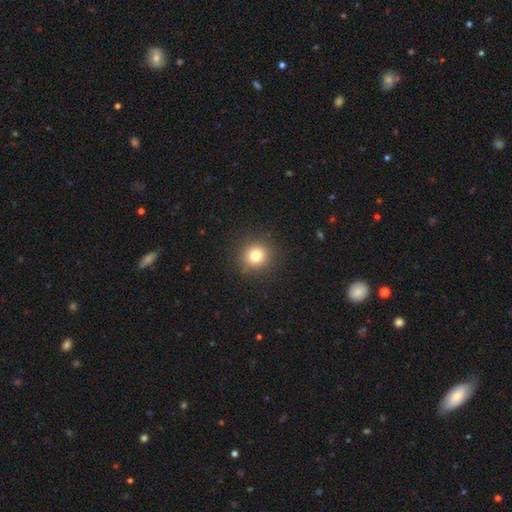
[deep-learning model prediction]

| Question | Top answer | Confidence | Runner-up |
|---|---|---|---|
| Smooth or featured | smooth | 79% | star or artifact (14%) |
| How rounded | round | 92% | in between (7%) |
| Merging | none | 89% | minor disturbance (7%) |